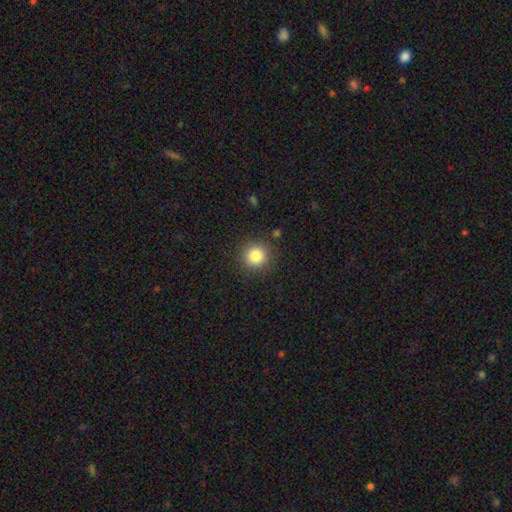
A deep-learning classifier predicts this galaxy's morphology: Smooth or featured? smooth (83%)
How rounded? round (93%)
Merging? none (89%)